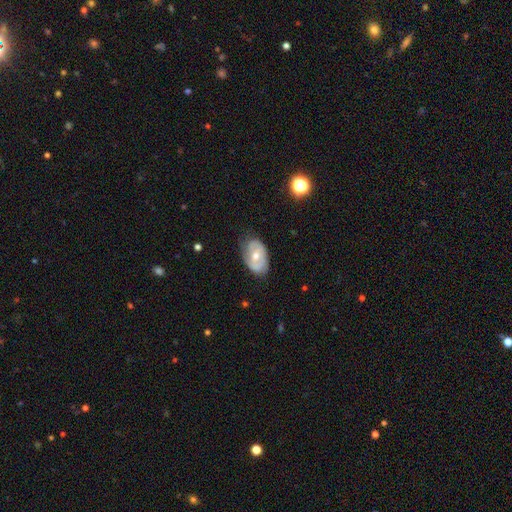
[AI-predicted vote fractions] featured or disk 57%, smooth 36%, star or artifact 6%. Down the decision tree: edge-on disk — no (93%); bar — no (60%); spiral arms — yes (61%); bulge size — moderate (65%); merging — none (61%).